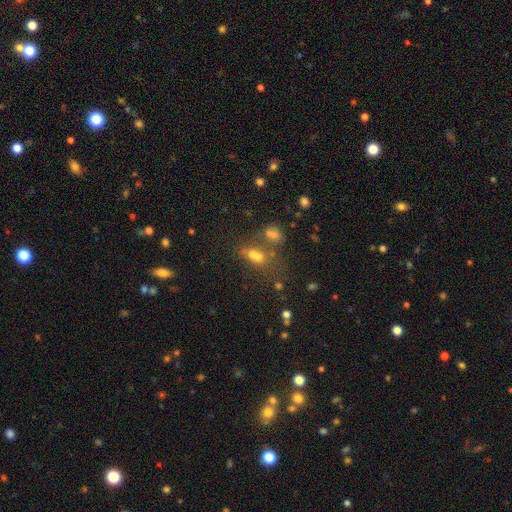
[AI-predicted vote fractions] smooth_or_featured: smooth (p=0.57) [alt: star or artifact p=0.26]
how_rounded: in between (p=0.53) [alt: round p=0.42]
merging: merger (p=0.45) [alt: none p=0.37]